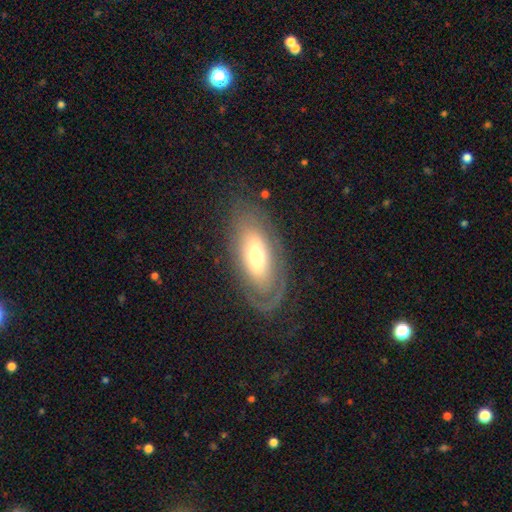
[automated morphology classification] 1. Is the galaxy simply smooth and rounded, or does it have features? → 55% featured or disk, 38% smooth, 8% star or artifact.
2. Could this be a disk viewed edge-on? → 82% no, 18% yes.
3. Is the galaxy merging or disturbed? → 74% none, 15% minor disturbance, 10% major disturbance, 2% merger.